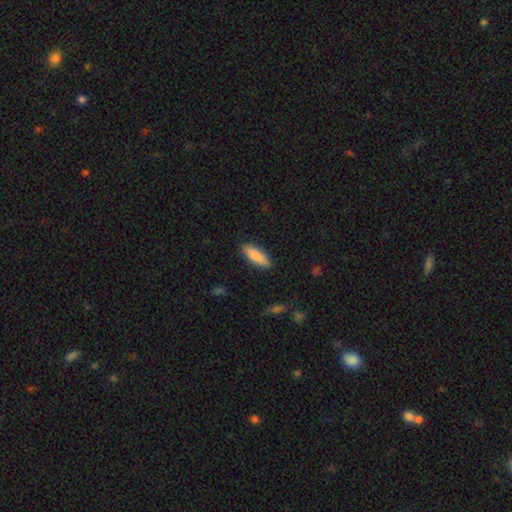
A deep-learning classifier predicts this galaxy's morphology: smooth-or-featured: smooth: 85% | featured or disk: 9% | star or artifact: 6%
  how-rounded: in between: 56% | cigar-shaped: 42% | round: 2%
  merging: none: 88% | minor disturbance: 9% | major disturbance: 2% | merger: 1%